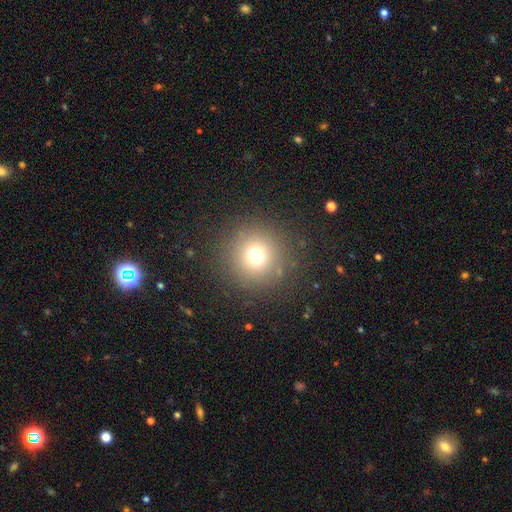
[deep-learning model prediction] Smooth or featured? smooth (71%)
How rounded? round (96%)
Merging? none (88%)